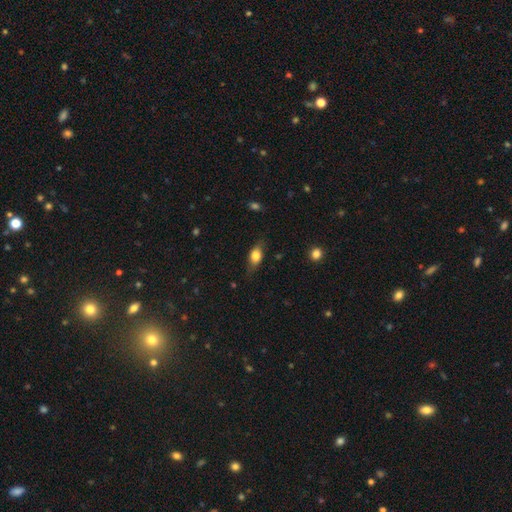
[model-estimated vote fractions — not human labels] Smooth or featured? Predicted: smooth (p=0.70). How rounded? Predicted: in between (p=0.77). Merging? Predicted: none (p=0.72).